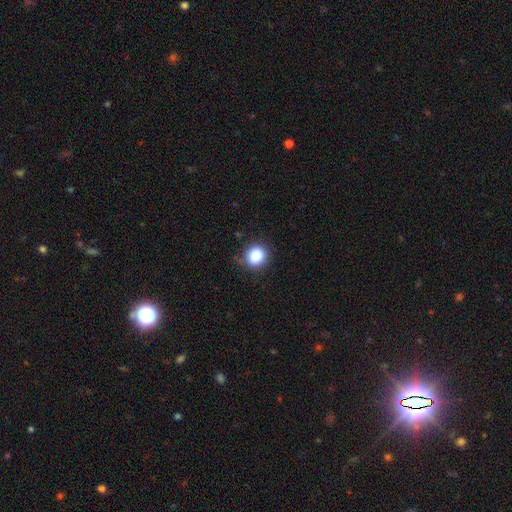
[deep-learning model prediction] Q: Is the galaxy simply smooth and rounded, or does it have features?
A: smooth — 87%.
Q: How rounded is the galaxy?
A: round — 84%.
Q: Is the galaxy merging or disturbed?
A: none — 82%.